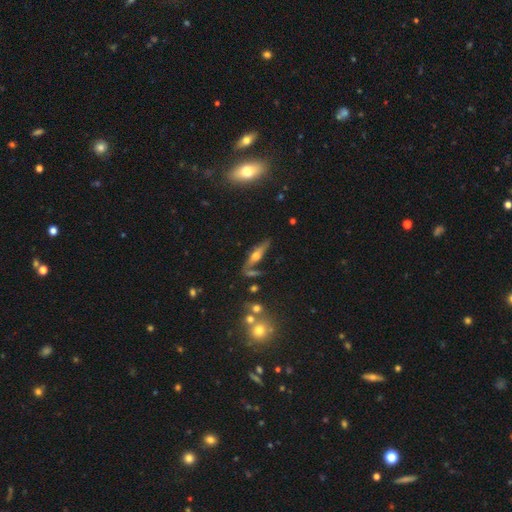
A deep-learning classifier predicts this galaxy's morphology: Q: Smooth or featured?
A: featured or disk (59%); runner-up: smooth (32%)
Q: Edge-on disk?
A: yes (85%); runner-up: no (15%)
Q: Merging?
A: none (64%); runner-up: minor disturbance (18%)